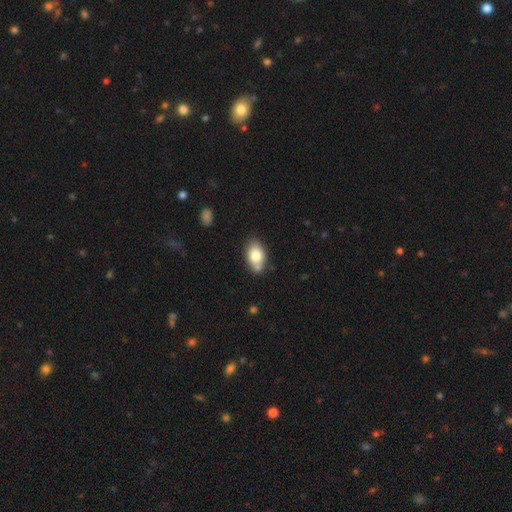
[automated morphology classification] This is likely a smooth galaxy (77%). How rounded: clearly in between (86%). Merging: likely none (65%).